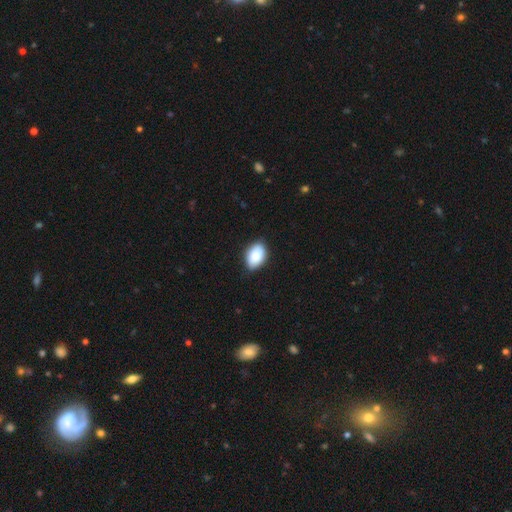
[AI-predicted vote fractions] Smooth or featured?
  - smooth: 87% *
  - star or artifact: 7%
  - featured or disk: 6%
How rounded?
  - in between: 89% *
  - round: 9%
  - cigar-shaped: 1%
Merging?
  - none: 82% *
  - minor disturbance: 14%
  - major disturbance: 2%
  - merger: 1%